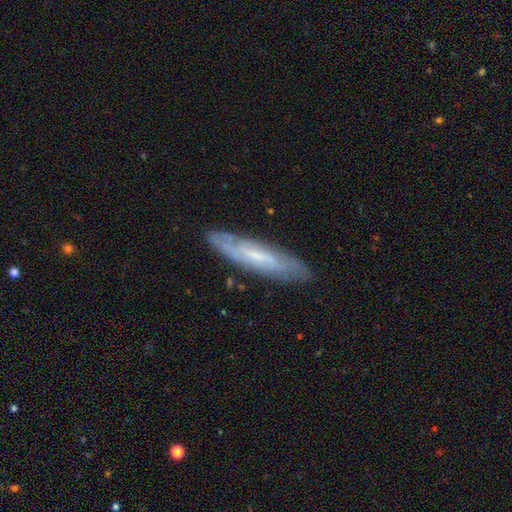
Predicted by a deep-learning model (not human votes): This is likely a featured or disk galaxy (61%). It is possibly not viewed edge-on (52%). Merging: clearly none (81%).